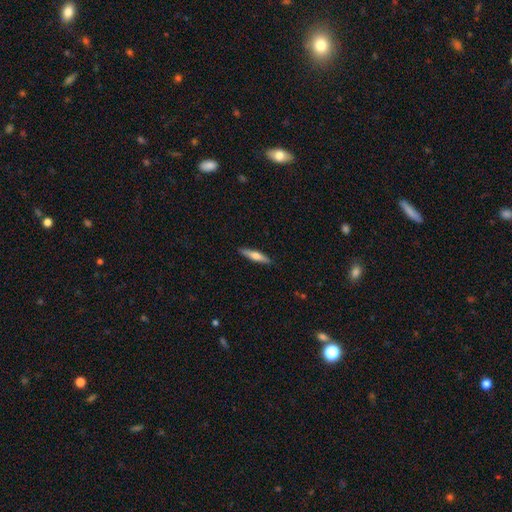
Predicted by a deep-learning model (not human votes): Overall: smooth (57%; featured or disk 37%). How rounded: cigar-shaped (84%). Merging: none (91%).